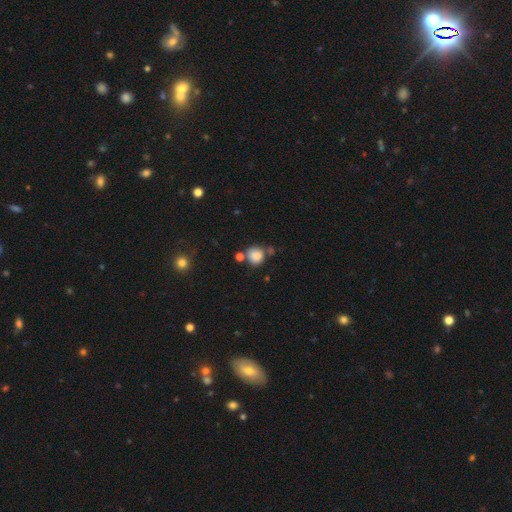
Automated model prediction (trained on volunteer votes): Smooth or featured: smooth — 84% (star or artifact — 10%)
How rounded: round — 86% (in between — 13%)
Merging: none — 63% (merger — 18%)